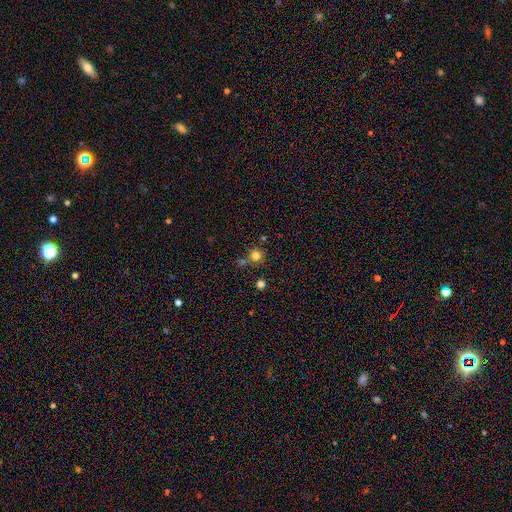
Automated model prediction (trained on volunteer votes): The model was most divided on "merging": none: 74%, merger: 15%, minor disturbance: 8%, major disturbance: 3%. More confident: how rounded — round (93%); smooth or featured — smooth (78%).